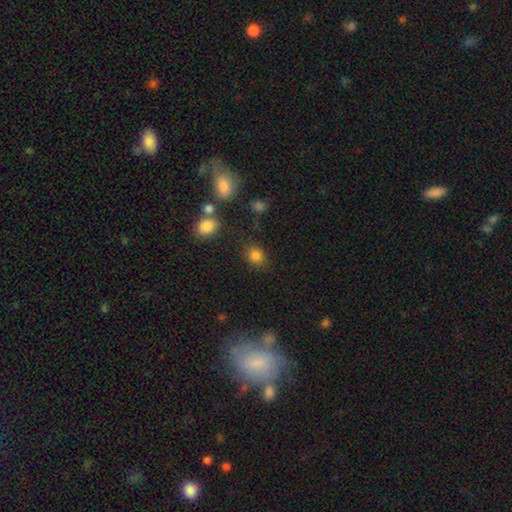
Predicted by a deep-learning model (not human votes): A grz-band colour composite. It shows a smooth galaxy with no disk features (82%) that is round (63%). Merging: none (80%).